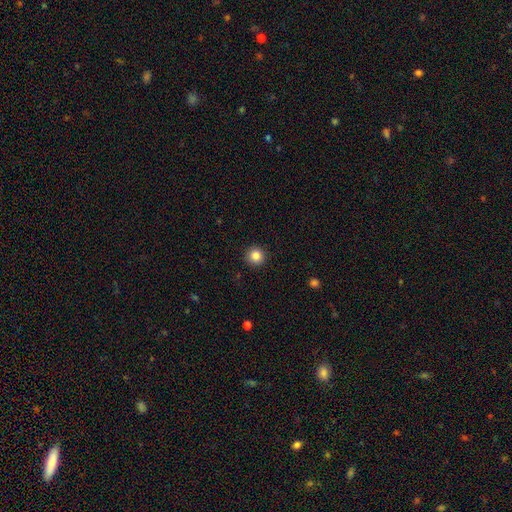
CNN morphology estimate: A smooth galaxy with no disk features (86%) that is round (95%).

Vote fractions:
- Smooth or featured? smooth: 86% / star or artifact: 10% / featured or disk: 4%
- How rounded? round: 95% / in between: 4% / cigar-shaped: 1%
- Merging? none: 92% / minor disturbance: 5% / major disturbance: 2% / merger: 1%